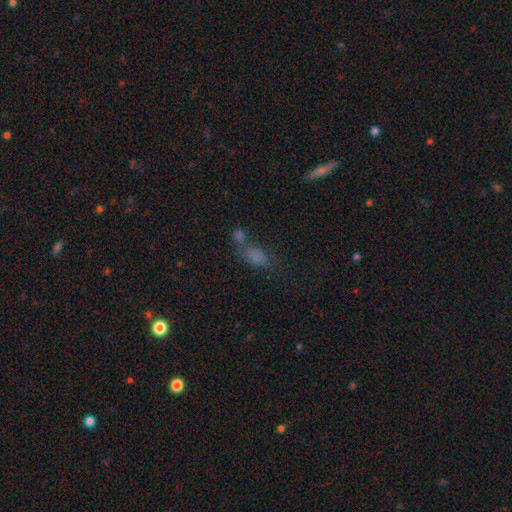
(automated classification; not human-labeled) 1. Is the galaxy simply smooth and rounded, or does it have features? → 69% smooth, 19% star or artifact, 12% featured or disk.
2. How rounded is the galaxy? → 78% in between, 13% round, 9% cigar-shaped.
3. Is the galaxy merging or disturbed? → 44% merger, 32% none, 13% minor disturbance, 11% major disturbance.